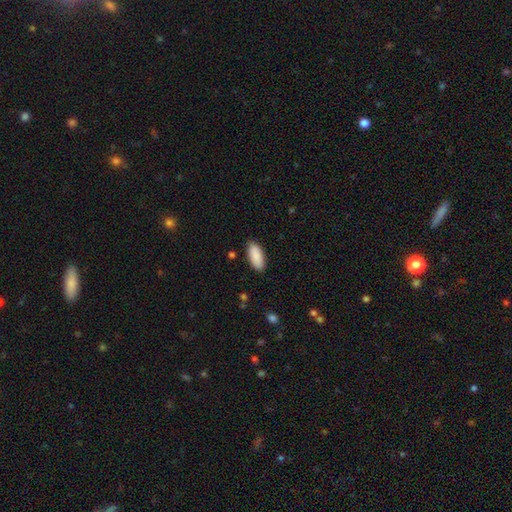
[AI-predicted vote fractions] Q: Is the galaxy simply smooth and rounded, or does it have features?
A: smooth — 91%.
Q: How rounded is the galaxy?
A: in between — 87%.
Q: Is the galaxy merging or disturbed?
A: none — 87%.